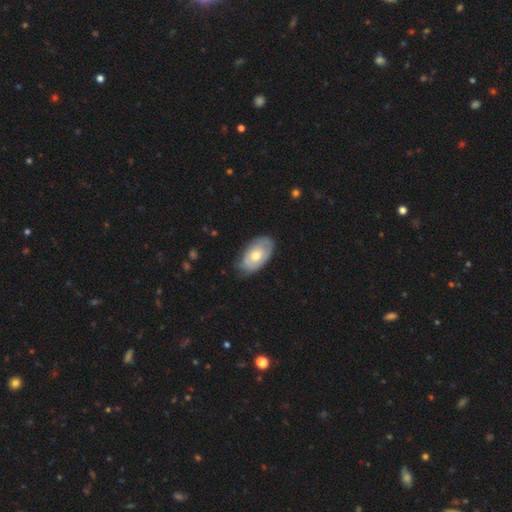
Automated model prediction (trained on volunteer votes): The model was most divided on "smooth or featured": smooth: 53%, featured or disk: 41%, star or artifact: 6%. More confident: how rounded — in between (93%); merging — none (71%).